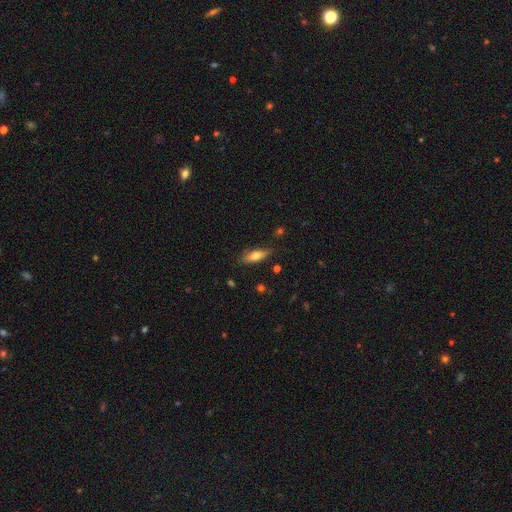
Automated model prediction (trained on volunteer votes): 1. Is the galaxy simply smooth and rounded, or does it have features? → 64% smooth, 29% featured or disk, 7% star or artifact.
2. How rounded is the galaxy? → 51% in between, 47% cigar-shaped, 3% round.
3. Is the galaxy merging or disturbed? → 82% none, 13% minor disturbance, 3% major disturbance, 2% merger.